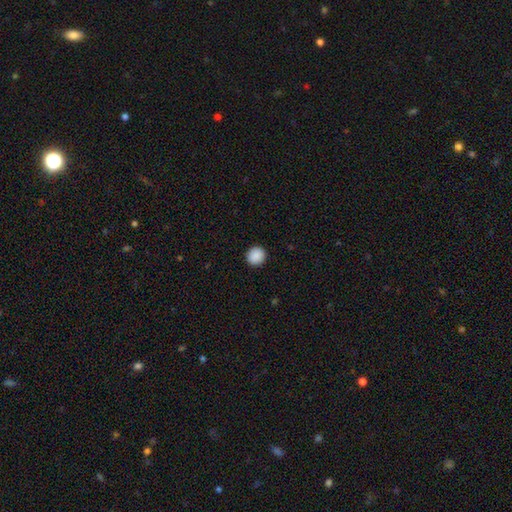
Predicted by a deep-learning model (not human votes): Smooth or featured: smooth — 90% (star or artifact — 8%)
How rounded: round — 91% (in between — 8%)
Merging: none — 93% (minor disturbance — 5%)